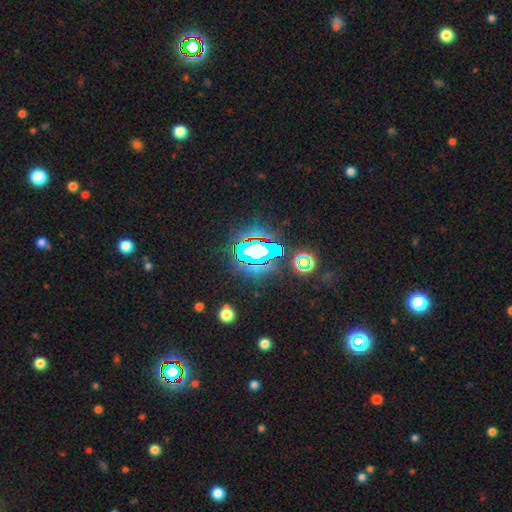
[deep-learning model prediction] A star or artifact, not a galaxy (78%).

Vote fractions:
- Smooth or featured? star or artifact: 78% / smooth: 13% / featured or disk: 9%